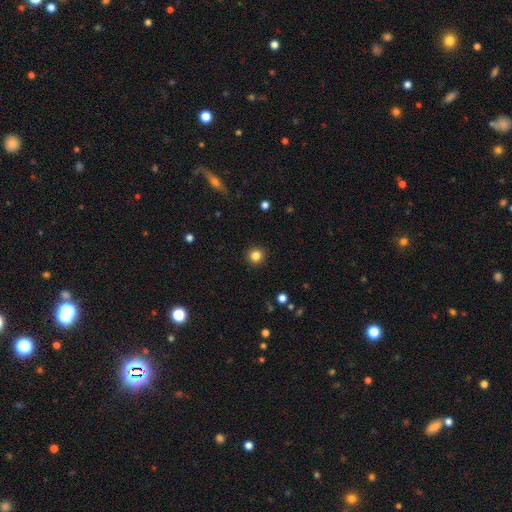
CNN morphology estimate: smooth 84%, star or artifact 12%, featured or disk 5%. Down the decision tree: how rounded — round (95%); merging — none (93%).